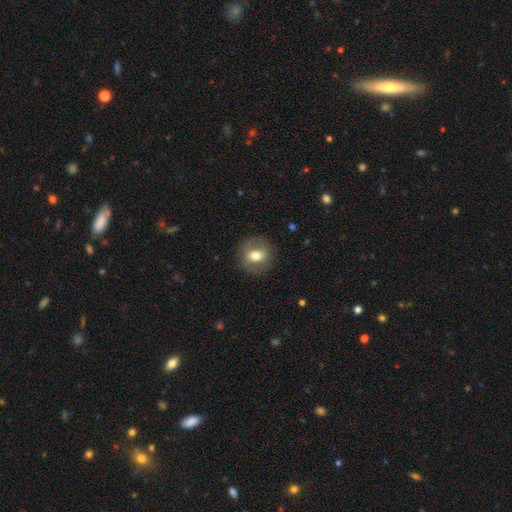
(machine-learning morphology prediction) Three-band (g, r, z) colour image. It shows a smooth galaxy with no disk features (66%) that is round (77%). Merging: none (86%).